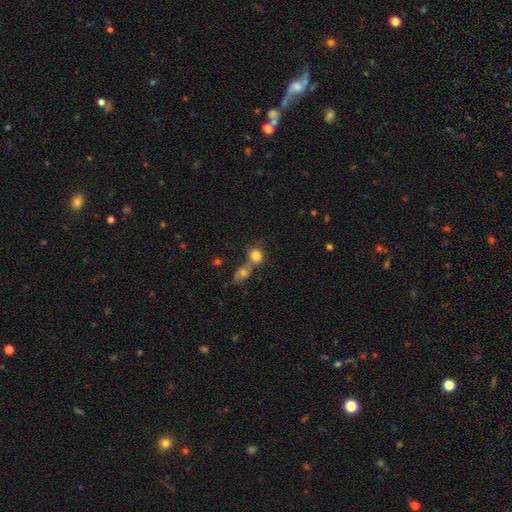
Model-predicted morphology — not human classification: type=smooth (80%); roundness=round (75%); merging=merger (47%).